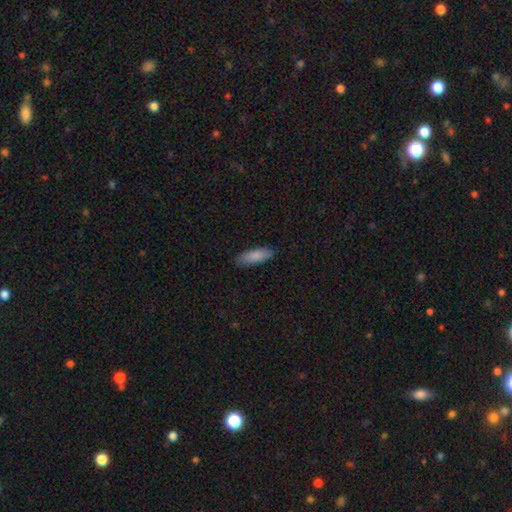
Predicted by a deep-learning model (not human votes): Morphology: type=smooth (87%); roundness=in between (62%); merging=none (85%).